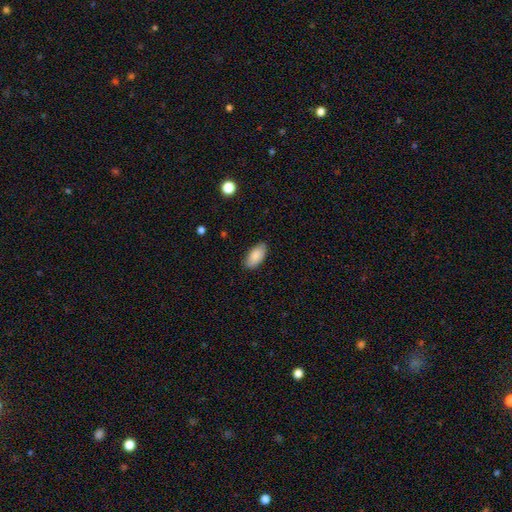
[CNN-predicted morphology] smooth 87%, featured or disk 7%, star or artifact 6%. Down the decision tree: how rounded — in between (93%); merging — none (84%).